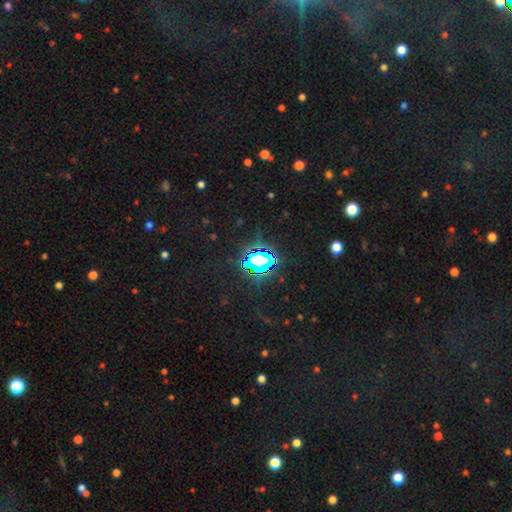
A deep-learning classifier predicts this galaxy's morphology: smooth-or-featured: star or artifact: 72% | smooth: 17% | featured or disk: 11%